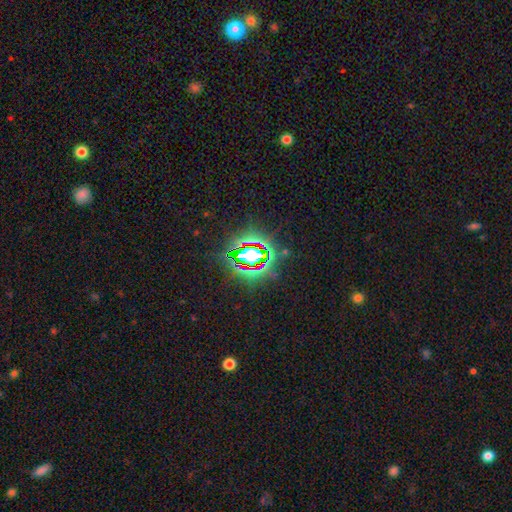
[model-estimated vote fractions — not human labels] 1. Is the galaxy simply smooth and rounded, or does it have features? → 79% star or artifact, 12% smooth, 9% featured or disk.